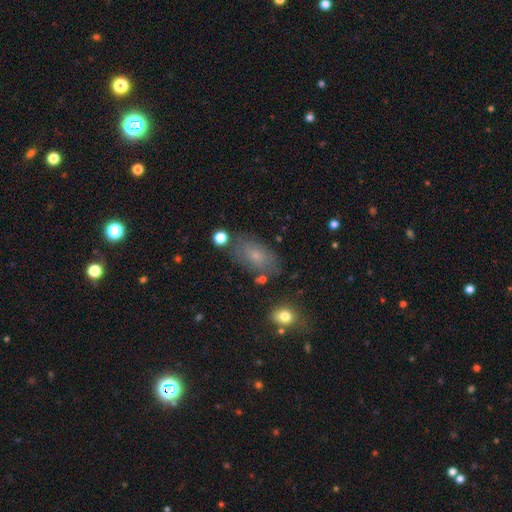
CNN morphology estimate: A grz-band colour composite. It shows a smooth galaxy with no disk features (62%) that is in between round and cigar-shaped (89%). Merging: none (71%).